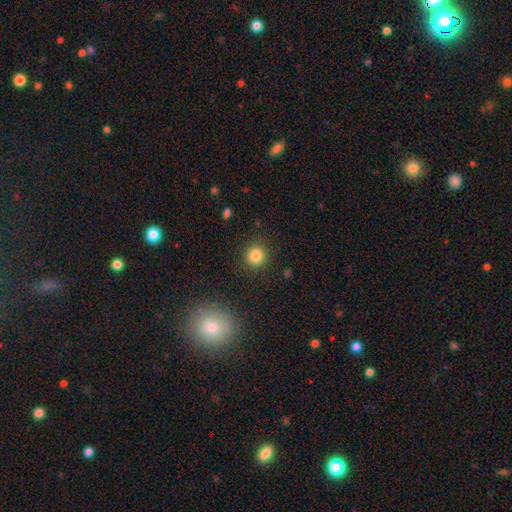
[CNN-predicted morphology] Overall: smooth (83%). How rounded: round (90%). Merging: none (89%).